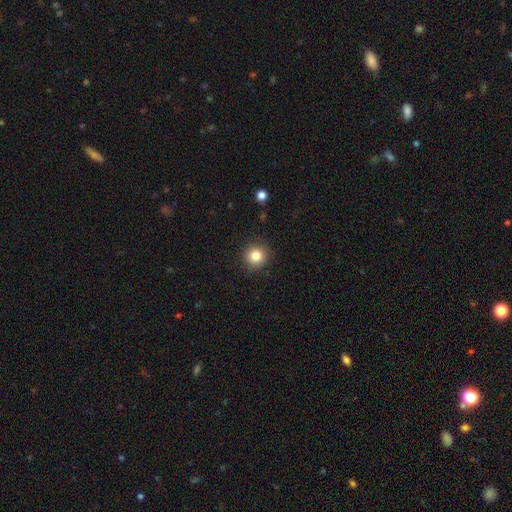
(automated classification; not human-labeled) This is clearly a smooth galaxy (83%). How rounded: clearly round (92%). Merging: clearly none (90%).